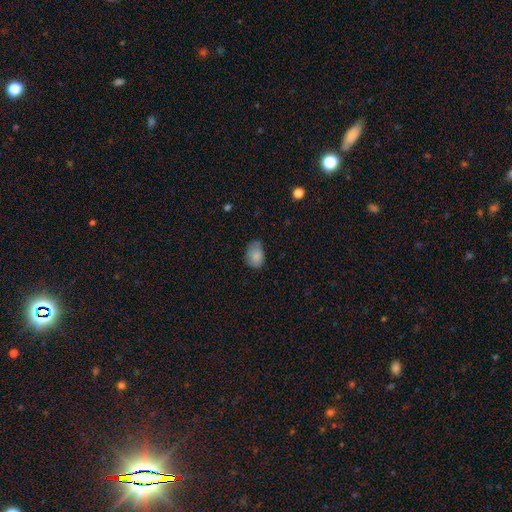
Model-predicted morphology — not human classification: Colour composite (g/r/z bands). It shows a smooth galaxy with no disk features (83%) that is in between round and cigar-shaped (77%). Merging: none (55%).